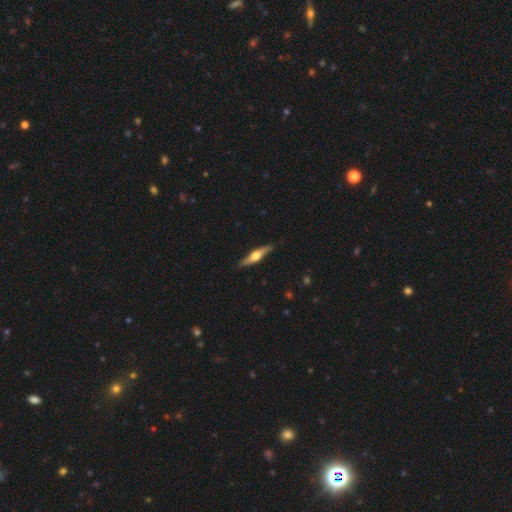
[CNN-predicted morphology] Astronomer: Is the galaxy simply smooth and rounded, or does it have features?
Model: featured or disk — 65%.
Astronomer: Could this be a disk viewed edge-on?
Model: yes — 95%.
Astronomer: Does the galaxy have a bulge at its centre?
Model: rounded — 93%.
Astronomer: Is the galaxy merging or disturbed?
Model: none — 88%.